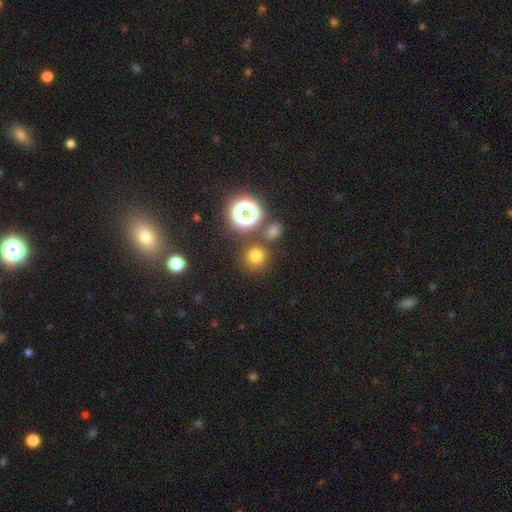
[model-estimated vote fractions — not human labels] A smooth galaxy with no disk features (69%) that is round (92%).

Vote fractions:
- Smooth or featured? smooth: 69% / star or artifact: 25% / featured or disk: 6%
- How rounded? round: 92% / in between: 7% / cigar-shaped: 1%
- Merging? none: 78% / merger: 10% / minor disturbance: 8% / major disturbance: 4%